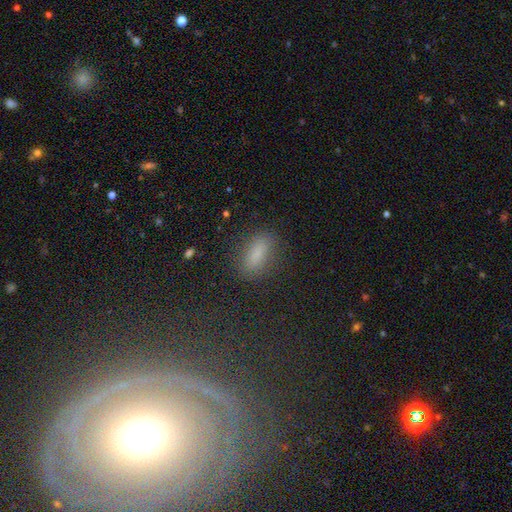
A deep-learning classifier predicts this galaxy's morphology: This is likely a smooth galaxy (77%). How rounded: likely in between (76%). Merging: clearly none (83%).